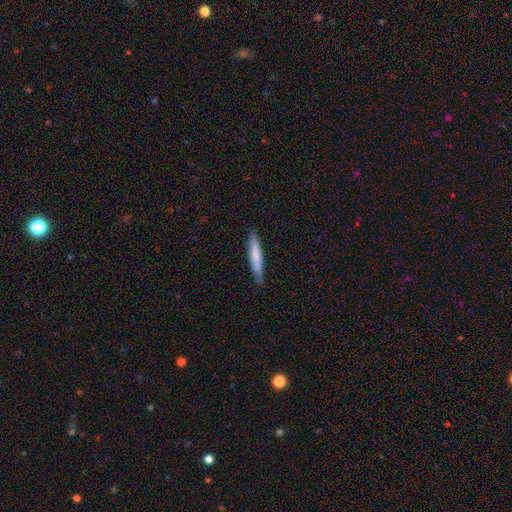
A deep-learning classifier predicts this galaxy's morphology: A smooth galaxy with no disk features (69%) that is cigar-shaped (92%). Merging: none (85%).